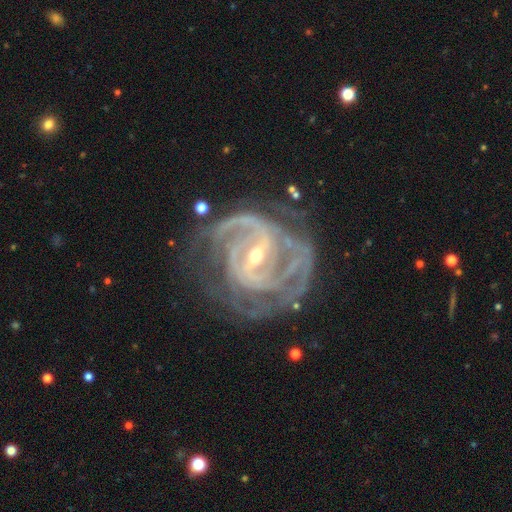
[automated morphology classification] A featured or disk galaxy (91%) with a strong bar (50%), 2 (35%) tight (55%) spiral arms (97%) and a small central bulge (60%).

Vote fractions:
- Smooth or featured? featured or disk: 91% / star or artifact: 5% / smooth: 3%
- Edge-on disk? no: 97% / yes: 3%
- Bar? strong: 50% / weak: 39% / no: 11%
- Spiral arms? yes: 97% / no: 3%
- Spiral winding? tight: 55% / medium: 38% / loose: 8%
- Spiral arm count? 2: 35% / 3: 23% / can't tell: 19% / 4: 11% / more than 4: 6% / 1: 6%
- Bulge size? small: 60% / moderate: 36% / large: 2% / none: 1% / dominant: 1%
- Merging? none: 59% / minor disturbance: 21% / major disturbance: 18% / merger: 3%